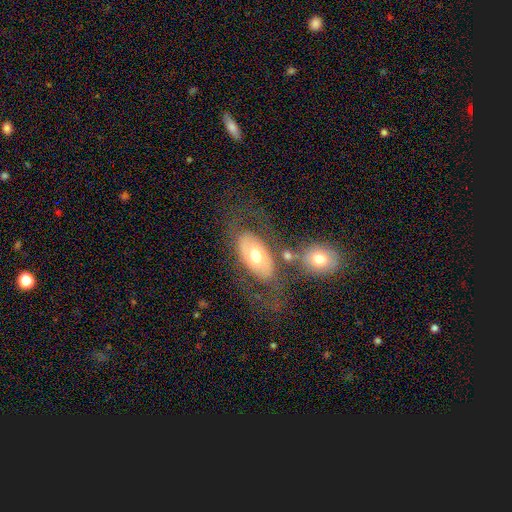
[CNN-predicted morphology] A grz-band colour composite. It shows a smooth galaxy with no disk features (50%). Merging: none (61%).